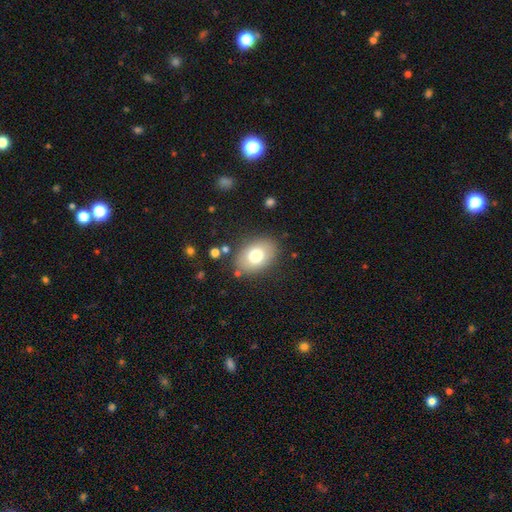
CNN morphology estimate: Smooth or featured? Predicted: smooth (p=0.75). How rounded? Predicted: in between (p=0.79). Merging? Predicted: none (p=0.83).